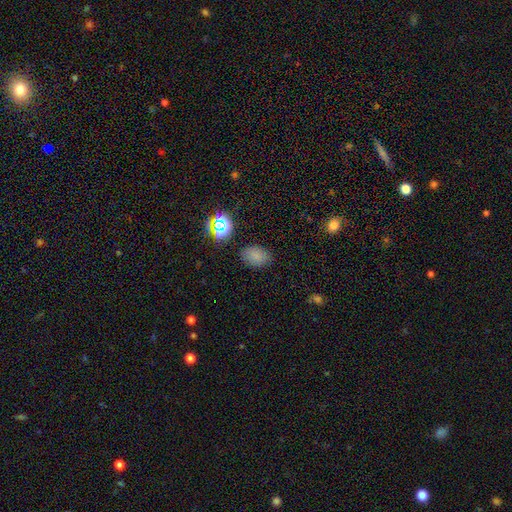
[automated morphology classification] The model was most divided on "smooth or featured": smooth: 77%, star or artifact: 17%, featured or disk: 6%. More confident: merging — none (83%); how rounded — in between (81%).